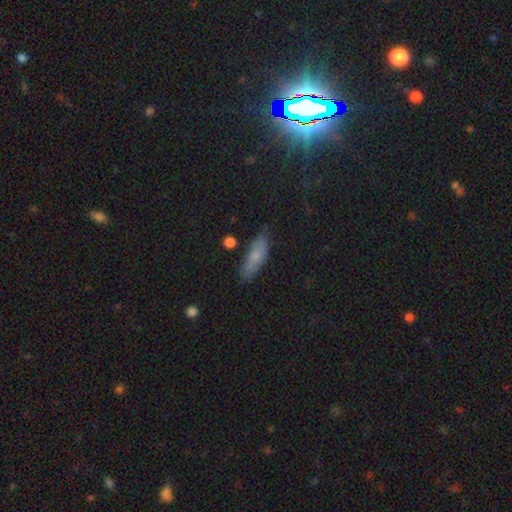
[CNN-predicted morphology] Smooth or featured?
  - smooth: 70% *
  - featured or disk: 21%
  - star or artifact: 9%
How rounded?
  - in between: 59% *
  - cigar-shaped: 38%
  - round: 3%
Merging?
  - none: 77% *
  - minor disturbance: 17%
  - major disturbance: 3%
  - merger: 2%